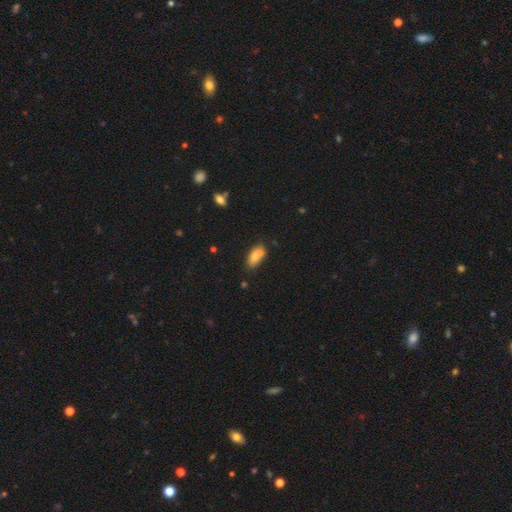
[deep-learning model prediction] Q: Smooth or featured?
A: smooth (76%); runner-up: featured or disk (16%)
Q: How rounded?
A: in between (87%); runner-up: cigar-shaped (9%)
Q: Merging?
A: none (57%); runner-up: minor disturbance (24%)